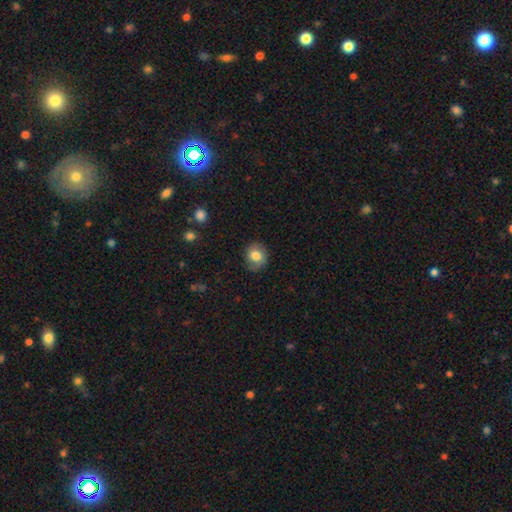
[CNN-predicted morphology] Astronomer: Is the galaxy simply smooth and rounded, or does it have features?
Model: smooth — 78%.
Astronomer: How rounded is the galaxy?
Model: round — 68%.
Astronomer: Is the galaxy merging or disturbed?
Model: none — 82%.